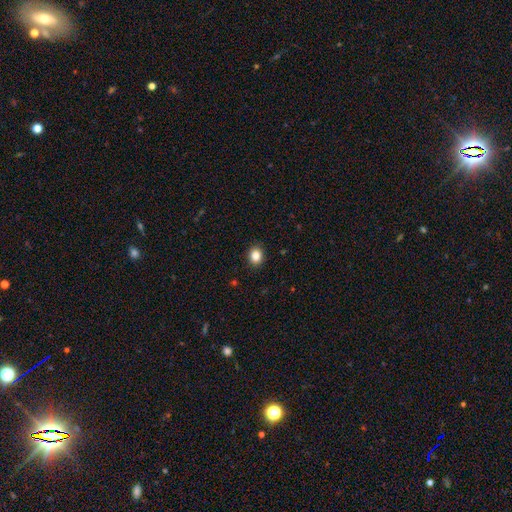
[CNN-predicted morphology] Smooth or featured? smooth (86%)
How rounded? round (58%)
Merging? none (91%)